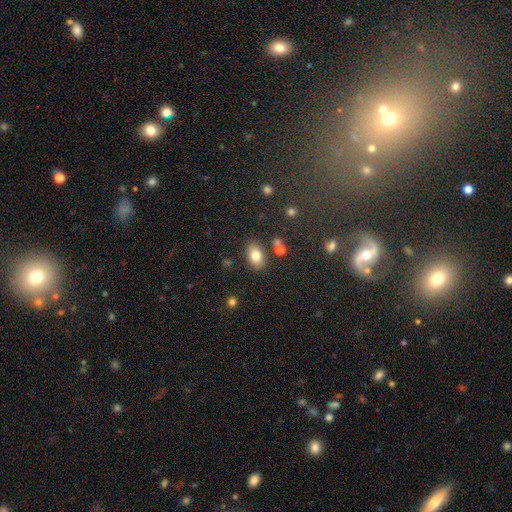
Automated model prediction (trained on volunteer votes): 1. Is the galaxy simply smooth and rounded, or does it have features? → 80% smooth, 11% featured or disk, 9% star or artifact.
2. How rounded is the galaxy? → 88% in between, 10% round, 1% cigar-shaped.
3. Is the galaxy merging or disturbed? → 82% none, 11% minor disturbance, 5% merger, 3% major disturbance.